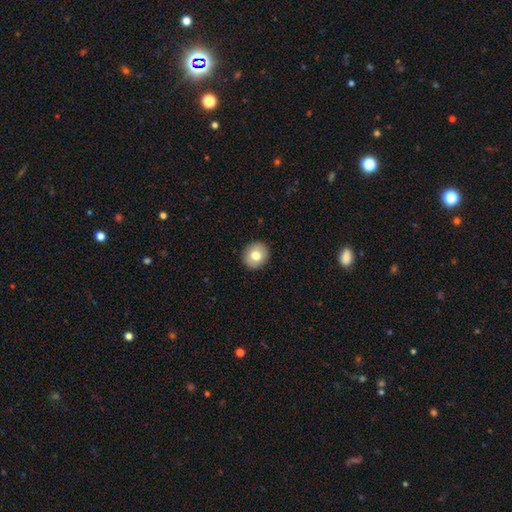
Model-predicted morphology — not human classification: Smooth or featured? smooth (76%)
How rounded? round (85%)
Merging? none (91%)